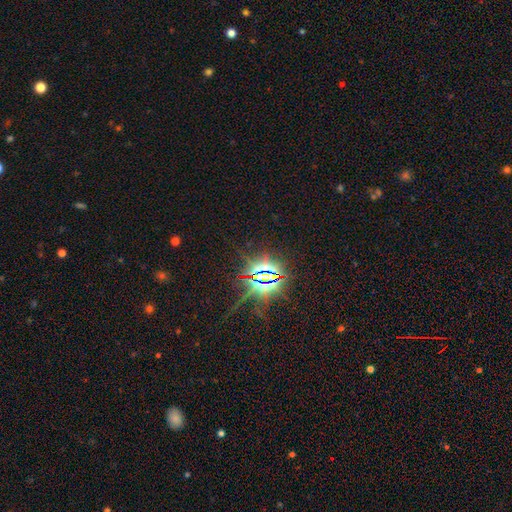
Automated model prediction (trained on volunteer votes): Overall: star or artifact (86%).